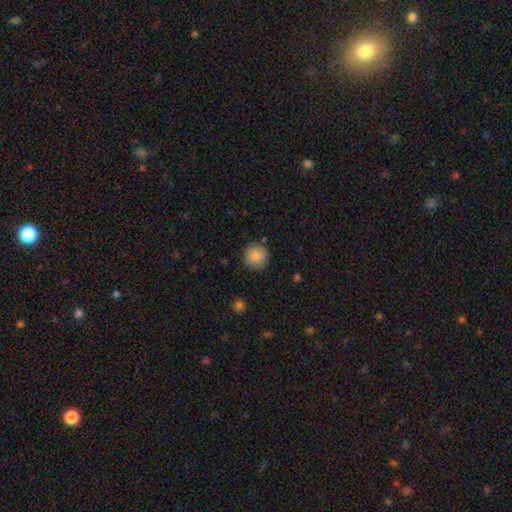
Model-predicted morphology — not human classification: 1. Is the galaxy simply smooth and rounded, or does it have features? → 85% smooth, 8% star or artifact, 7% featured or disk.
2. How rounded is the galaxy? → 94% round, 5% in between, 1% cigar-shaped.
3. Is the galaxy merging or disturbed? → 87% none, 9% minor disturbance, 2% major disturbance, 2% merger.